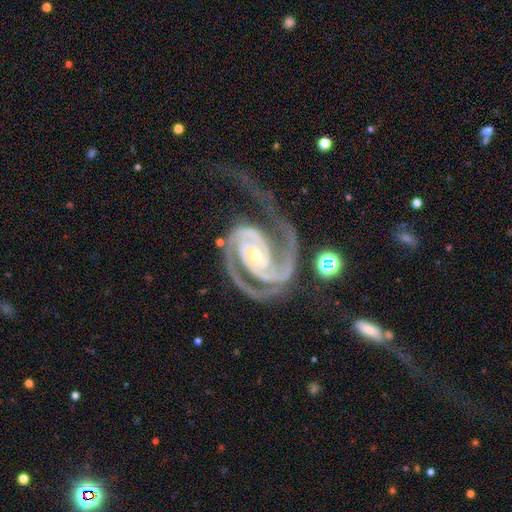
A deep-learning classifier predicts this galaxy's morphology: This is clearly a featured or disk galaxy (94%). It is clearly not viewed edge-on (98%). Bar: possibly no (46%). Spiral arm pattern: clearly yes (99%). Spiral arm count: likely 2 (77%). Spiral winding: possibly tight (59%). Central bulge: likely small (62%). Merging: marginally none (44%).